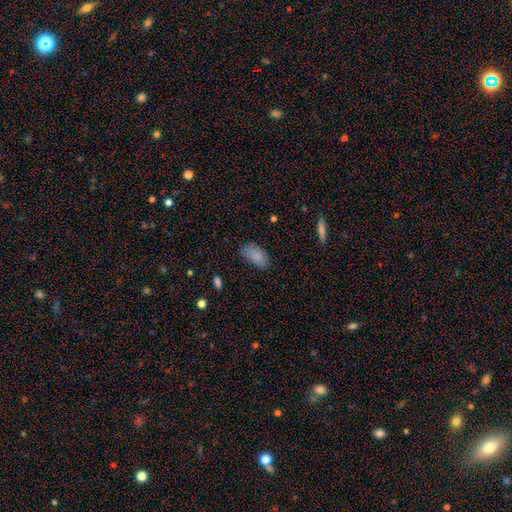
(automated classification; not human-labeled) Smooth or featured? Predicted: smooth (p=0.85). How rounded? Predicted: in between (p=0.93). Merging? Predicted: none (p=0.74).